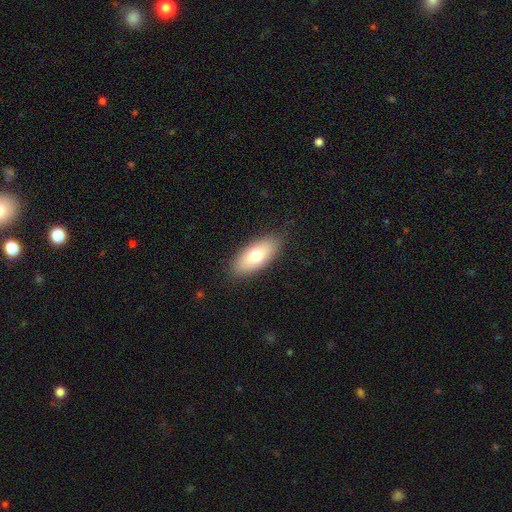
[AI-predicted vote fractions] Smooth or featured? smooth (72%)
How rounded? in between (86%)
Merging? none (86%)